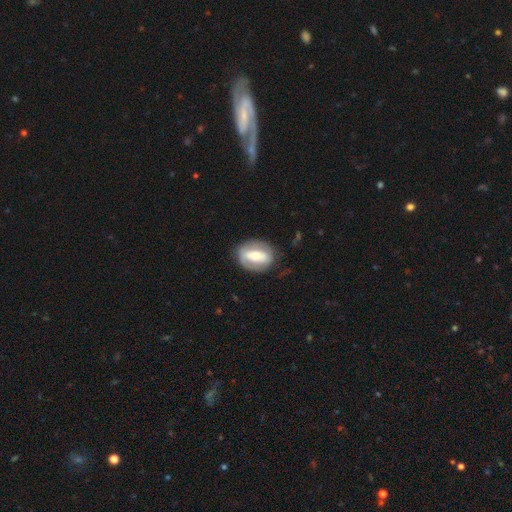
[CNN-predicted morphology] Smooth or featured?
  - featured or disk: 56% *
  - smooth: 38%
  - star or artifact: 6%
Edge-on disk?
  - no: 92% *
  - yes: 8%
Bar?
  - strong: 47% *
  - weak: 28%
  - no: 25%
Spiral arms?
  - no: 61% *
  - yes: 39%
Bulge size?
  - moderate: 62% *
  - small: 27%
  - large: 9%
  - dominant: 1%
  - none: 1%
Merging?
  - none: 79% *
  - minor disturbance: 14%
  - major disturbance: 6%
  - merger: 1%